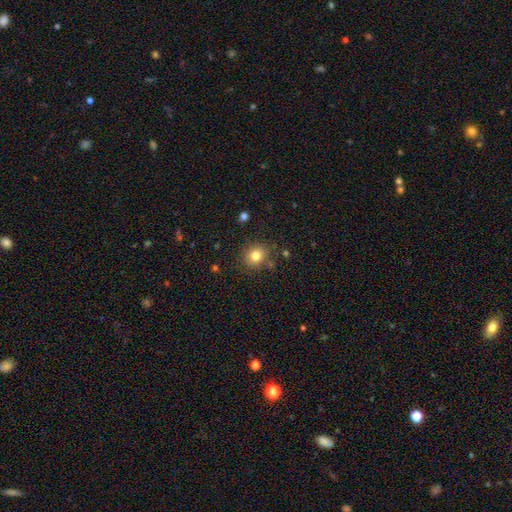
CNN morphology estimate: smooth-or-featured: smooth: 80% | star or artifact: 12% | featured or disk: 8%
  how-rounded: round: 78% | in between: 21% | cigar-shaped: 1%
  merging: none: 84% | minor disturbance: 10% | merger: 3% | major disturbance: 3%